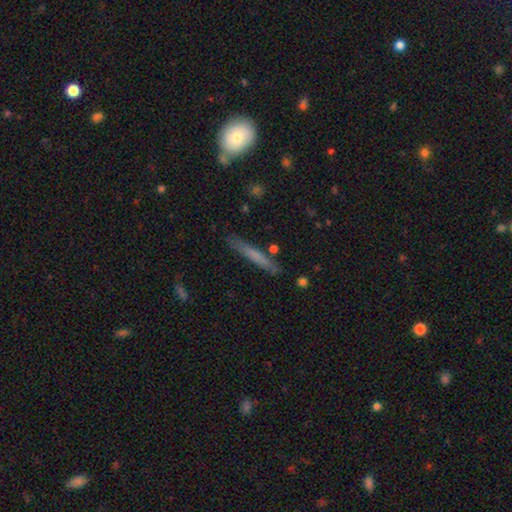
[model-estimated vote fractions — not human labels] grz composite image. It shows a smooth galaxy with no disk features (61%) that is cigar-shaped (95%). Merging: none (84%).